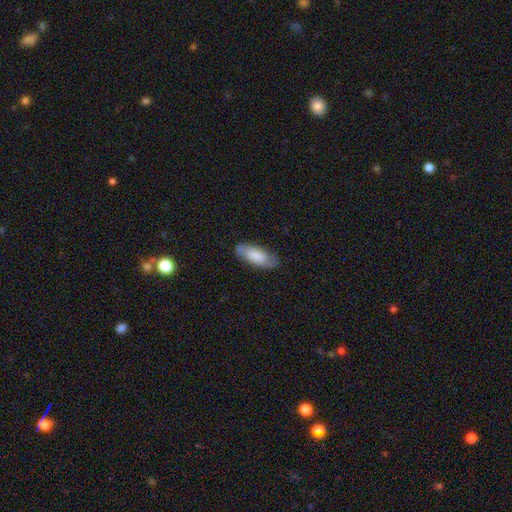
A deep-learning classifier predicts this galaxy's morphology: A smooth galaxy with no disk features (78%) that is in between round and cigar-shaped (78%).

Vote fractions:
- Smooth or featured? smooth: 78% / featured or disk: 16% / star or artifact: 6%
- How rounded? in between: 78% / cigar-shaped: 20% / round: 2%
- Merging? none: 76% / minor disturbance: 18% / major disturbance: 4% / merger: 2%